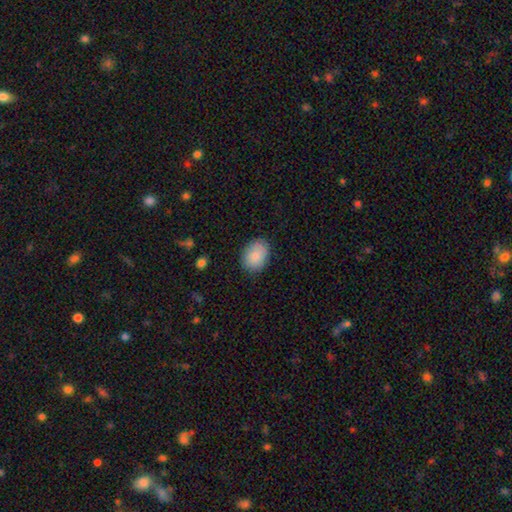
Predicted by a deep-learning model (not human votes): Smooth or featured: smooth — 86% (featured or disk — 7%)
How rounded: in between — 72% (round — 27%)
Merging: none — 84% (minor disturbance — 12%)